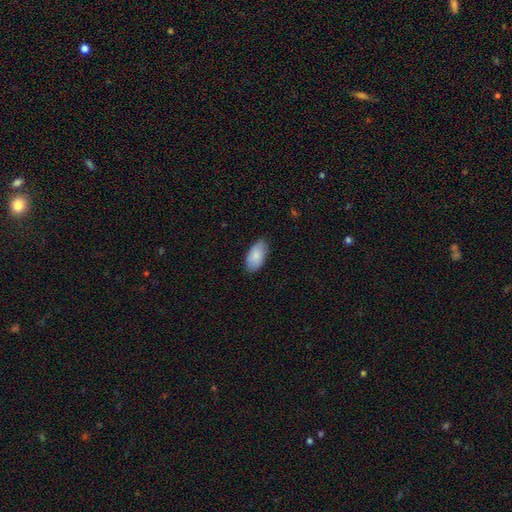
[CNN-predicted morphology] Smooth or featured? Predicted: smooth (p=0.83). How rounded? Predicted: in between (p=0.95). Merging? Predicted: none (p=0.82).